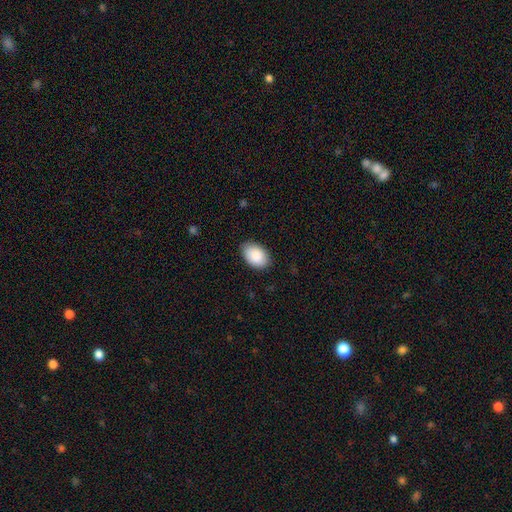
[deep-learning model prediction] smooth 89%, star or artifact 6%, featured or disk 5%. Down the decision tree: how rounded — in between (88%); merging — none (84%).